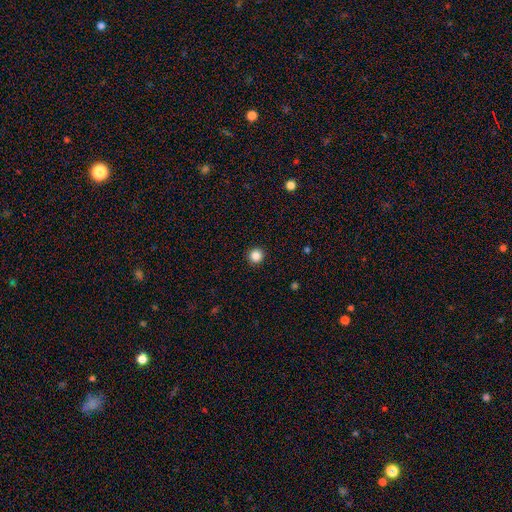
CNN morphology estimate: Overall: smooth (86%). How rounded: round (96%). Merging: none (93%).